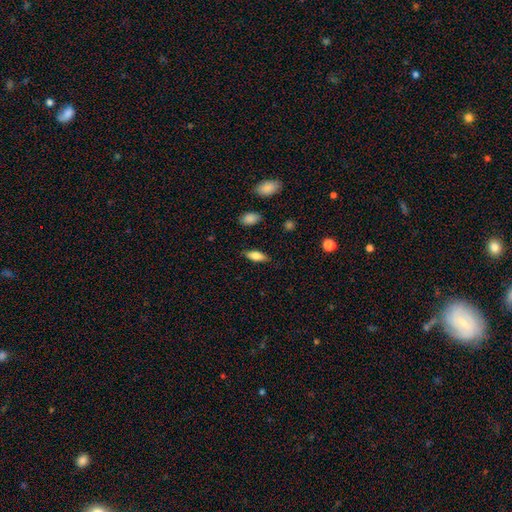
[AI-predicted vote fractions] A smooth galaxy with no disk features (77%) that is in between round and cigar-shaped (76%).

Vote fractions:
- Smooth or featured? smooth: 77% / featured or disk: 15% / star or artifact: 7%
- How rounded? in between: 76% / cigar-shaped: 21% / round: 3%
- Merging? none: 83% / minor disturbance: 12% / major disturbance: 3% / merger: 1%